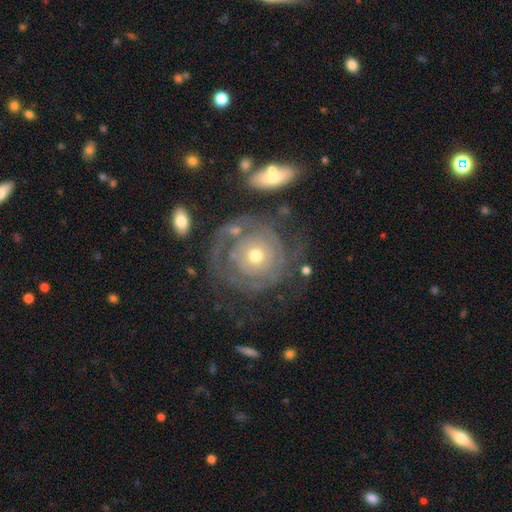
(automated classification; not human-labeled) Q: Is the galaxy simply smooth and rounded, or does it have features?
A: featured or disk — 77%.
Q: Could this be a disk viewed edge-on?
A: no — 97%.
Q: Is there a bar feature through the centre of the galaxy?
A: no — 87%.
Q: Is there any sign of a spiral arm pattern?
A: yes — 80%.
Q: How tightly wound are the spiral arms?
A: tight — 77%.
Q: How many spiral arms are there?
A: can't tell — 45%.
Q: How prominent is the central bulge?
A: moderate — 54%.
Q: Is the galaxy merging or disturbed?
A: none — 61%.